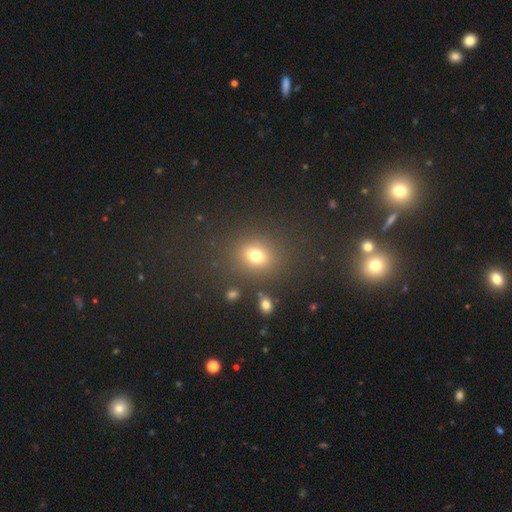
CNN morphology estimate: Smooth or featured? Predicted: smooth (p=0.73). How rounded? Predicted: round (p=0.60). Merging? Predicted: none (p=0.82).